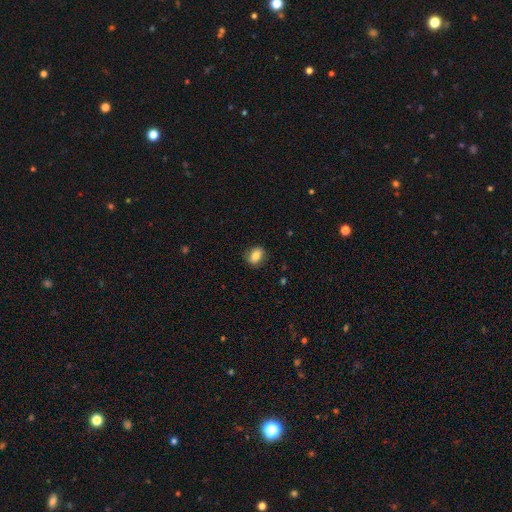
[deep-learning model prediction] smooth 78%, featured or disk 14%, star or artifact 9%. Down the decision tree: how rounded — in between (63%); merging — none (82%).